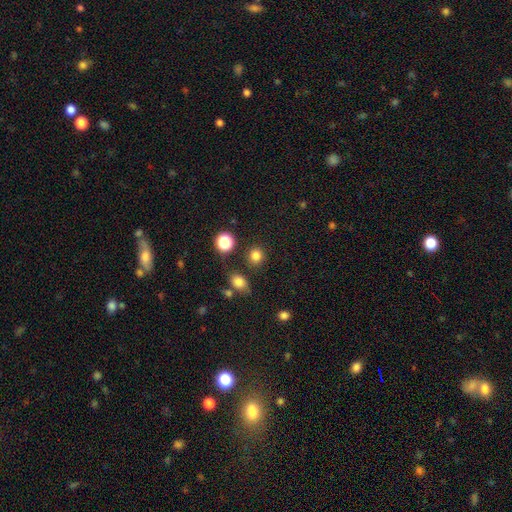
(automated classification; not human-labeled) A smooth galaxy with no disk features (81%) that is round (83%).

Vote fractions:
- Smooth or featured? smooth: 81% / star or artifact: 14% / featured or disk: 5%
- How rounded? round: 83% / in between: 16% / cigar-shaped: 1%
- Merging? none: 84% / minor disturbance: 8% / merger: 5% / major disturbance: 3%